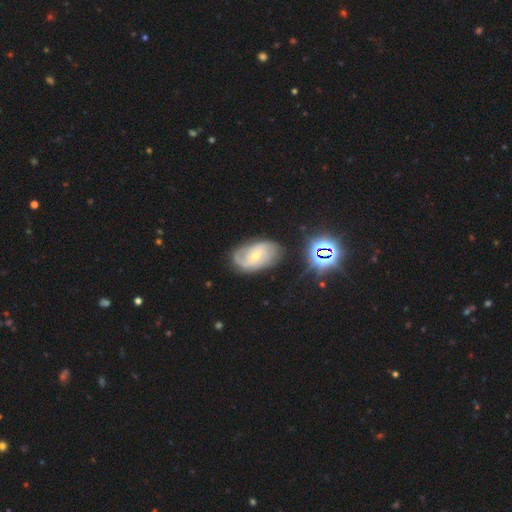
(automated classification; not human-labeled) Morphology: type=featured or disk (76%); edge-on=no (96%); bar=no (53%); spiral arms=yes (92%); winding=tight (43%); arm count=2 (45%); bulge=small (62%); merging=none (71%).